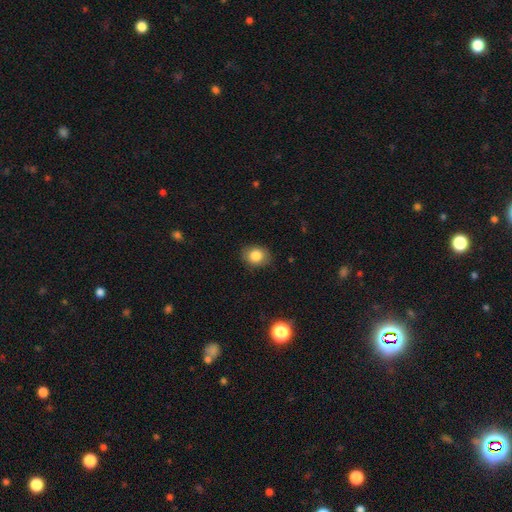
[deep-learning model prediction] This appears to be a smooth galaxy with no disk features (83%) that is in between round and cigar-shaped (52%). Merging: none (84%).